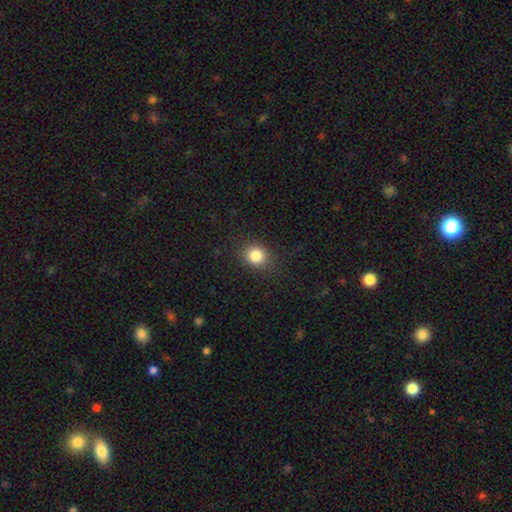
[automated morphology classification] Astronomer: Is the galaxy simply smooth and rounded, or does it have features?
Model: smooth — 84%.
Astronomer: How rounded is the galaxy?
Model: round — 75%.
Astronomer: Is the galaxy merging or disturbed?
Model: none — 87%.